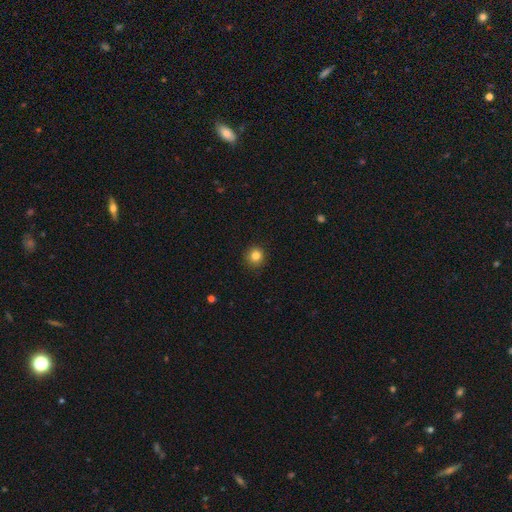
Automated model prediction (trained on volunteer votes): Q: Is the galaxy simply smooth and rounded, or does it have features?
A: smooth — 83%.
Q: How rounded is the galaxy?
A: round — 93%.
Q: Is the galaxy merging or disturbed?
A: none — 92%.